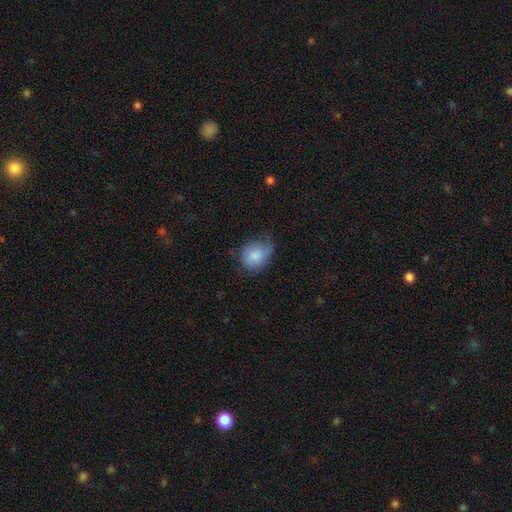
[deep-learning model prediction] smooth 82%, featured or disk 11%, star or artifact 7%. Down the decision tree: how rounded — in between (53%); merging — none (55%).